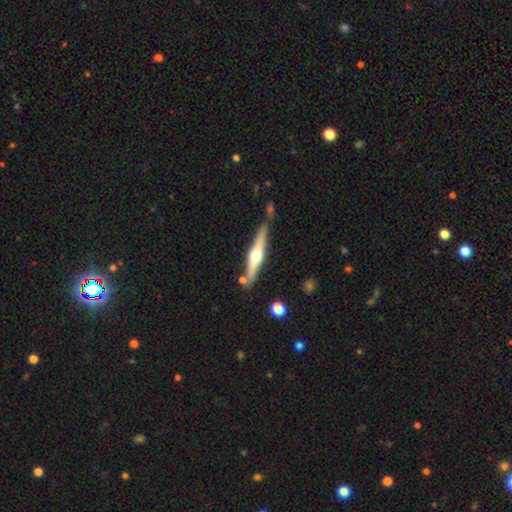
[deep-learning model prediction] Overall: featured or disk (67%; smooth 28%). Edge-on disk: yes (97%). Edge-on bulge: rounded (93%). Merging: none (76%).